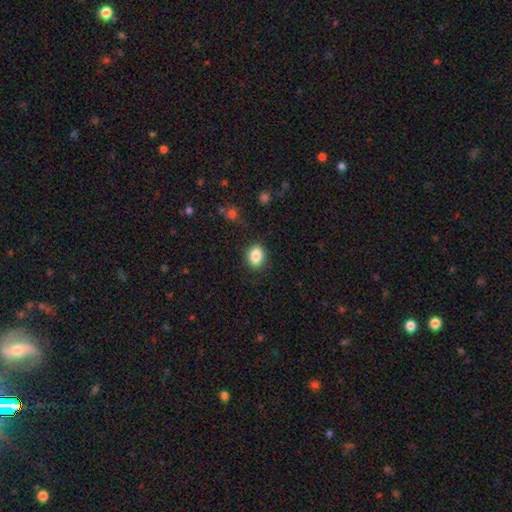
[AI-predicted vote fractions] The model was most divided on "how rounded": in between: 60%, round: 39%, cigar-shaped: 1%. More confident: merging — none (87%); smooth or featured — smooth (86%).